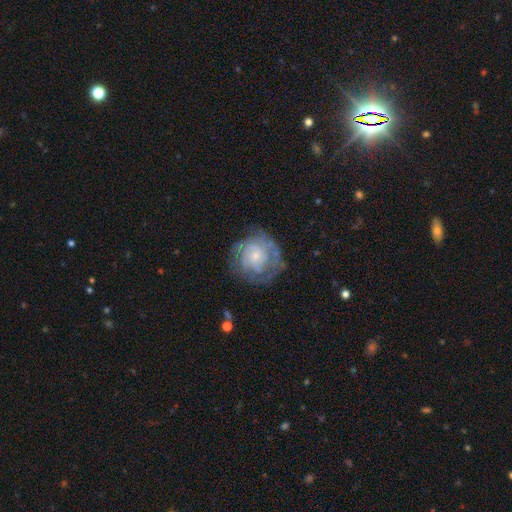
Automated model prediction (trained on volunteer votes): Morphology: type=featured or disk (70%); edge-on=no (98%); bar=no (79%); spiral arms=yes (81%); winding=tight (66%); arm count=can't tell (50%); bulge=small (66%); merging=none (68%).